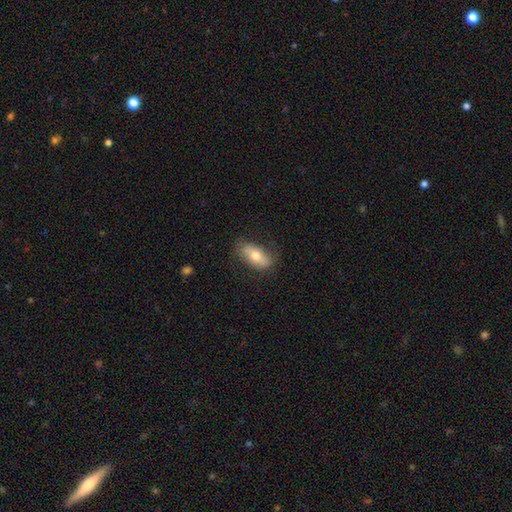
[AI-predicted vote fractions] Q: Smooth or featured?
A: smooth (63%); runner-up: featured or disk (30%)
Q: How rounded?
A: in between (87%); runner-up: cigar-shaped (7%)
Q: Merging?
A: none (76%); runner-up: minor disturbance (18%)